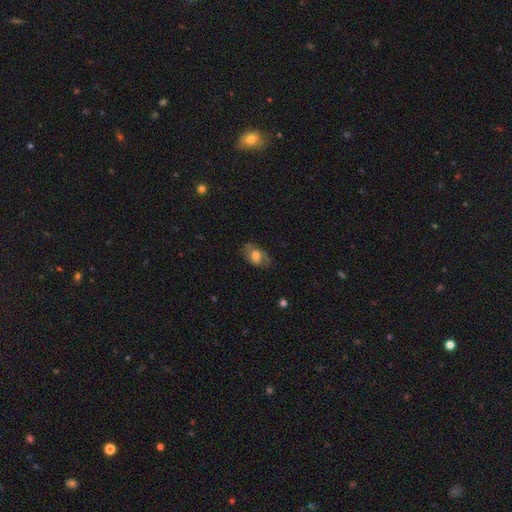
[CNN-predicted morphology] Smooth or featured?
  - smooth: 59% *
  - featured or disk: 32%
  - star or artifact: 8%
How rounded?
  - in between: 86% *
  - round: 12%
  - cigar-shaped: 2%
Merging?
  - none: 72% *
  - minor disturbance: 21%
  - major disturbance: 6%
  - merger: 1%